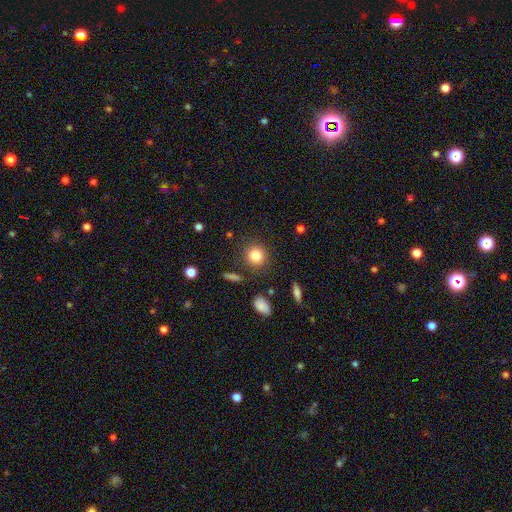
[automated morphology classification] smooth 83%, star or artifact 10%, featured or disk 7%. Down the decision tree: how rounded — round (88%); merging — none (86%).